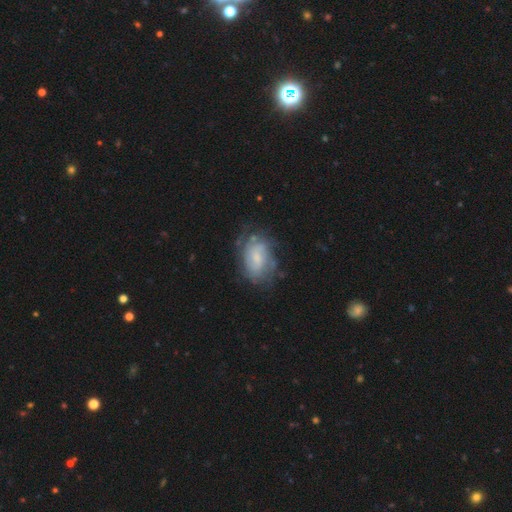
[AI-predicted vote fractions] Overall: featured or disk (59%; smooth 32%). Edge-on disk: no (96%). Bar: no (52%; weak 40%). Spiral arms: yes (77%). Bulge size: small (54%; moderate 28%). Merging: none (64%).